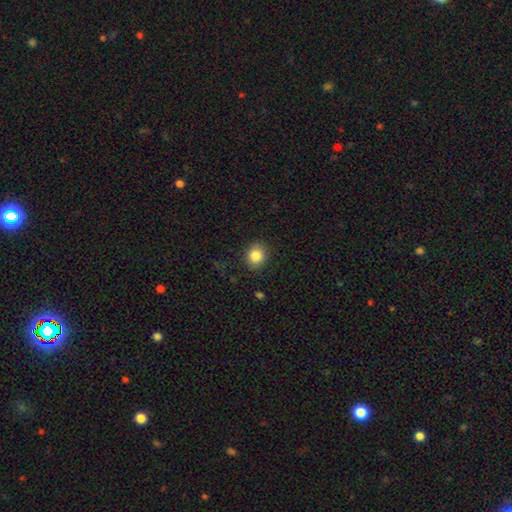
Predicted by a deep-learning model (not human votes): A smooth galaxy with no disk features (85%) that is round (77%). Merging: none (89%).